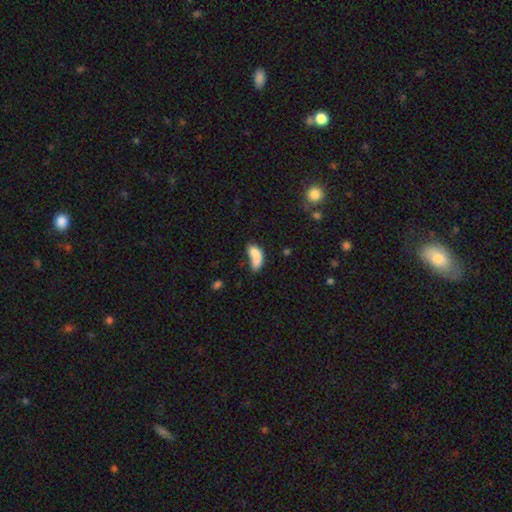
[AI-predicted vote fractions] smooth-or-featured: smooth: 76% | featured or disk: 15% | star or artifact: 9%
  how-rounded: in between: 85% | cigar-shaped: 10% | round: 5%
  merging: merger: 33% | none: 27% | minor disturbance: 20% | major disturbance: 20%